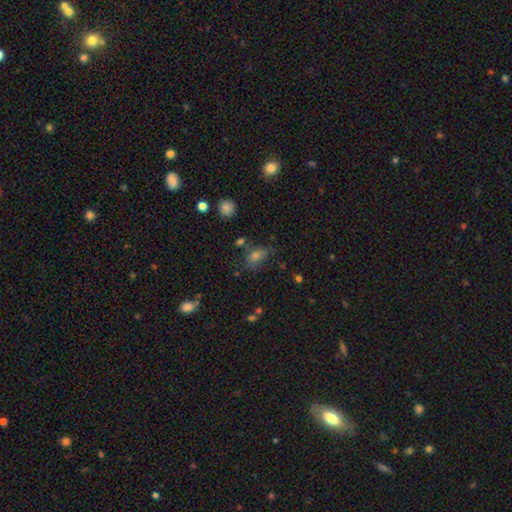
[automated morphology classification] Overall: smooth (60%; star or artifact 25%). How rounded: in between (65%; round 32%). Merging: none (65%).